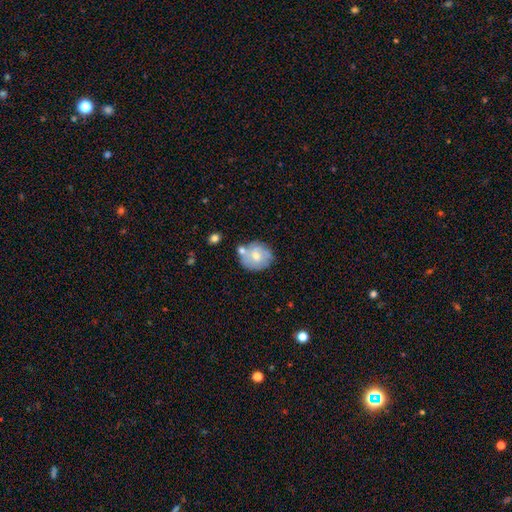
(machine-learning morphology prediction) Smooth or featured: smooth — 58% (featured or disk — 35%)
How rounded: round — 77% (in between — 22%)
Merging: none — 58% (minor disturbance — 19%)